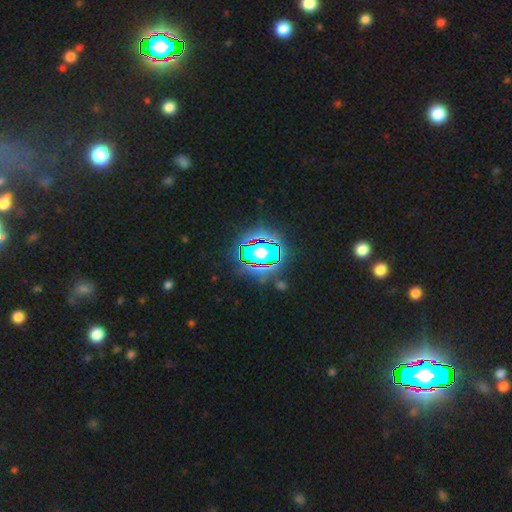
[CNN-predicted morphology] Smooth or featured: star or artifact — 79% (smooth — 13%)